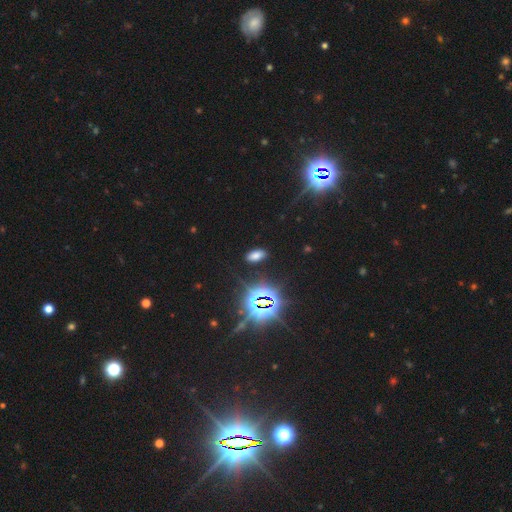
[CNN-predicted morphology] Smooth or featured?
  - smooth: 57% *
  - star or artifact: 36%
  - featured or disk: 7%
How rounded?
  - in between: 91% *
  - round: 5%
  - cigar-shaped: 5%
Merging?
  - none: 88% *
  - minor disturbance: 8%
  - major disturbance: 3%
  - merger: 2%